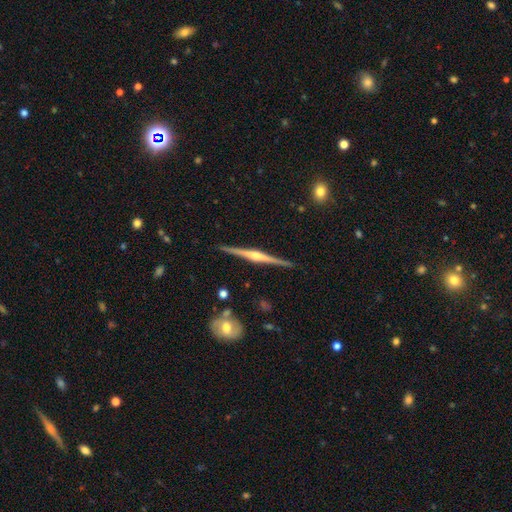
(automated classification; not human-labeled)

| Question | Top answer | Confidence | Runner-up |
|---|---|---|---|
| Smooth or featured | featured or disk | 85% | smooth (10%) |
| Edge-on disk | yes | 99% | no (1%) |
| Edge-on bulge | rounded | 82% | boxy (10%) |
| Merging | none | 91% | minor disturbance (6%) |